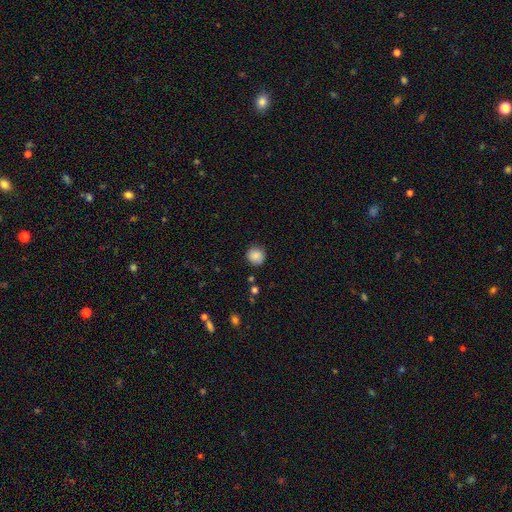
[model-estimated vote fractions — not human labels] Smooth or featured: smooth — 87% (star or artifact — 9%)
How rounded: round — 93% (in between — 6%)
Merging: none — 89% (minor disturbance — 8%)